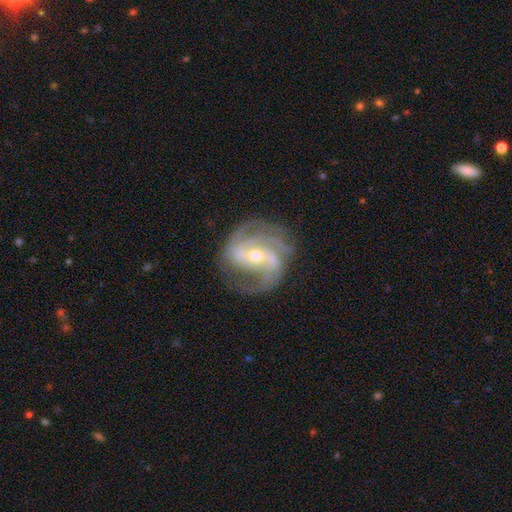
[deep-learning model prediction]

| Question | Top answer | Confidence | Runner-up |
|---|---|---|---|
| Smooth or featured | featured or disk | 89% | star or artifact (6%) |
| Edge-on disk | no | 97% | yes (3%) |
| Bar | strong | 46% | weak (36%) |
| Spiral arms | yes | 97% | no (3%) |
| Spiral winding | medium | 48% | tight (34%) |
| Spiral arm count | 2 | 55% | 3 (20%) |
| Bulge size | small | 51% | moderate (45%) |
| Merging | none | 76% | minor disturbance (15%) |